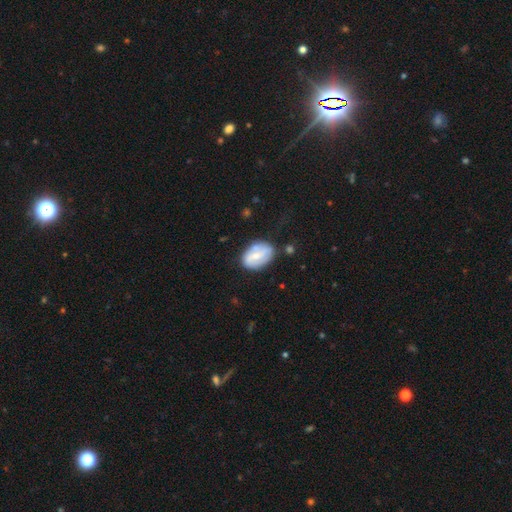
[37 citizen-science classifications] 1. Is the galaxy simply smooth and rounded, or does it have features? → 49% smooth, 41% featured or disk, 11% star or artifact.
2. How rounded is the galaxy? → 78% in between, 22% round, 0% cigar-shaped.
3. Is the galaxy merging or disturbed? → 82% none, 12% minor disturbance, 6% merger, 0% major disturbance.